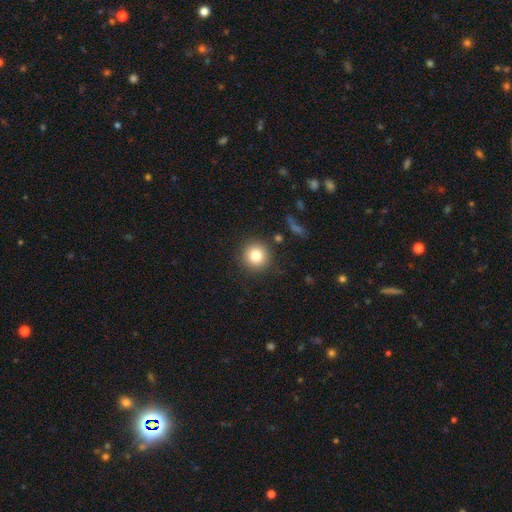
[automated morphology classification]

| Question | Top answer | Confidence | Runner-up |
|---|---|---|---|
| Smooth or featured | smooth | 82% | star or artifact (11%) |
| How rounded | round | 94% | in between (5%) |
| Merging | none | 87% | minor disturbance (7%) |